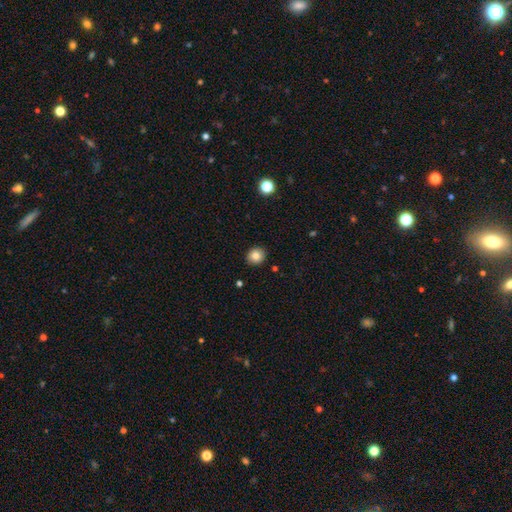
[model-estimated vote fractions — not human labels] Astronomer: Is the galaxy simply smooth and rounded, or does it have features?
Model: smooth — 82%.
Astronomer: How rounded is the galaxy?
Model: round — 82%.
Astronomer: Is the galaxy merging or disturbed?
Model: none — 91%.